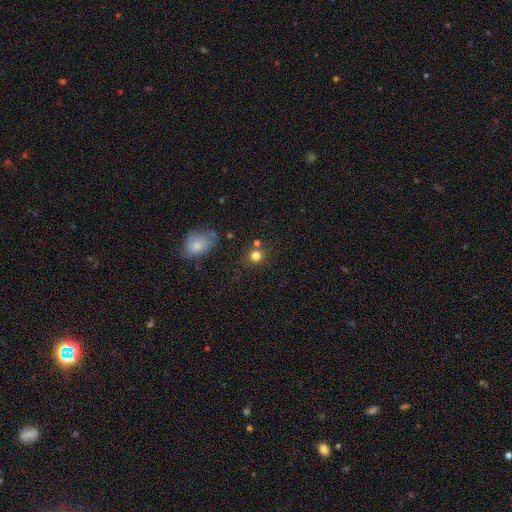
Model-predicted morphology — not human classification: smooth_or_featured: smooth (p=0.79) [alt: star or artifact p=0.13]
how_rounded: round (p=0.86) [alt: in between p=0.13]
merging: none (p=0.73) [alt: merger p=0.12]